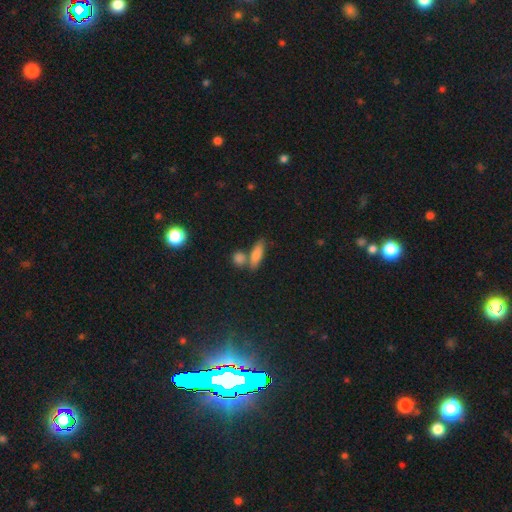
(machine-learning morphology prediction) smooth 76%, featured or disk 14%, star or artifact 10%. Down the decision tree: how rounded — in between (51%); merging — none (57%).